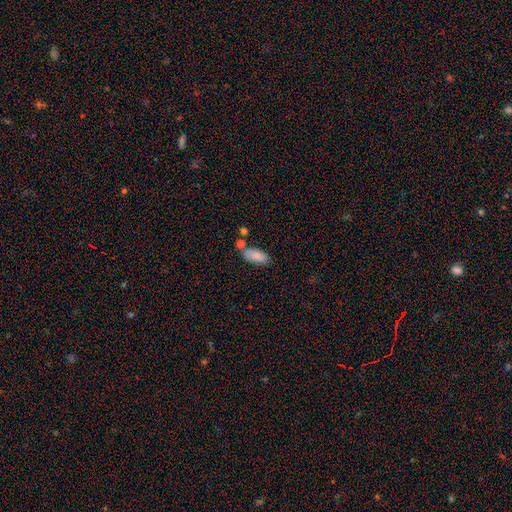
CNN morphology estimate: smooth-or-featured: smooth: 86% | star or artifact: 7% | featured or disk: 7%
  how-rounded: in between: 86% | cigar-shaped: 12% | round: 2%
  merging: none: 68% | minor disturbance: 17% | merger: 11% | major disturbance: 4%